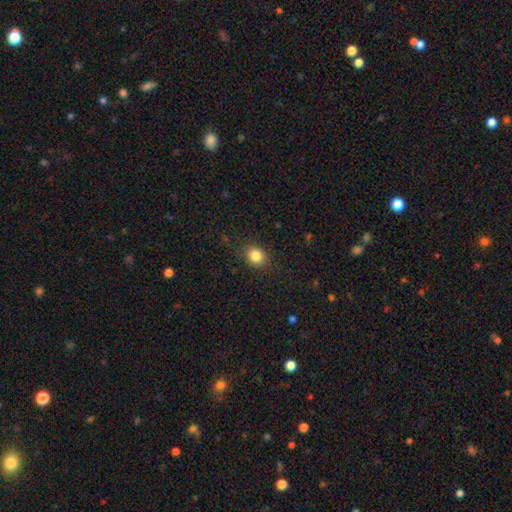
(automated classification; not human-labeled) A smooth galaxy with no disk features (84%) that is round (64%). Merging: none (86%).